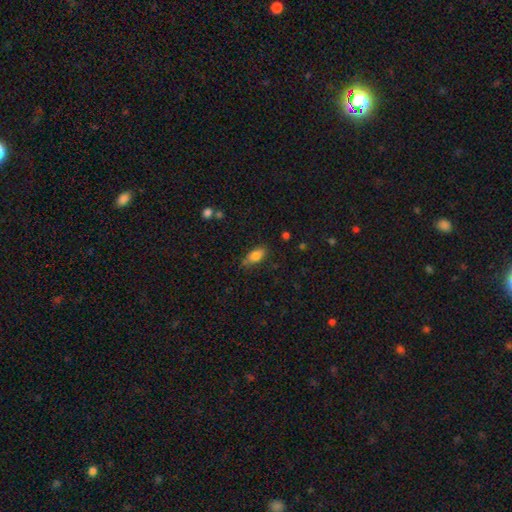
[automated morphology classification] This is clearly a smooth galaxy (80%). How rounded: clearly in between (85%). Merging: likely none (72%).